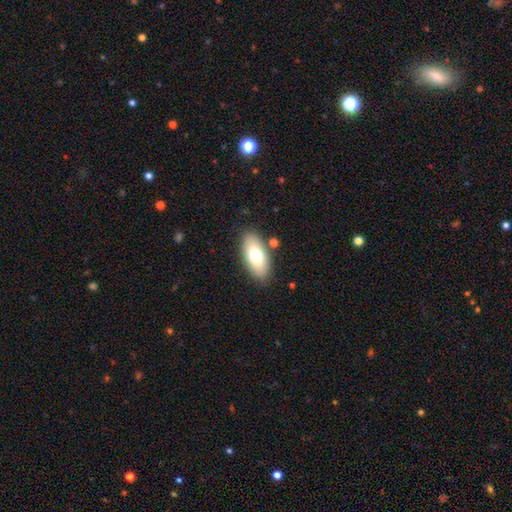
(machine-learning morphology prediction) Smooth or featured?
  - smooth: 73% *
  - featured or disk: 21%
  - star or artifact: 7%
How rounded?
  - in between: 87% *
  - cigar-shaped: 10%
  - round: 3%
Merging?
  - none: 85% *
  - minor disturbance: 10%
  - merger: 3%
  - major disturbance: 3%